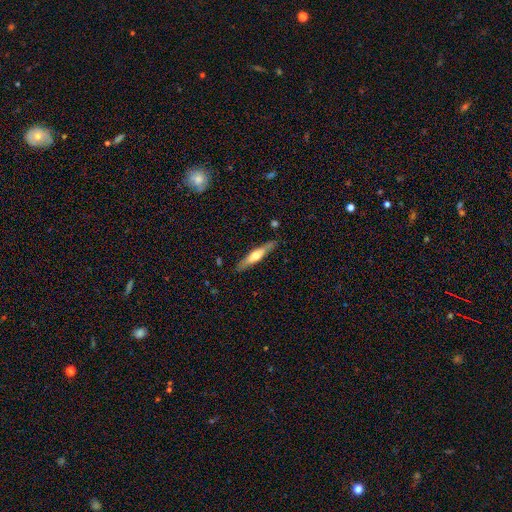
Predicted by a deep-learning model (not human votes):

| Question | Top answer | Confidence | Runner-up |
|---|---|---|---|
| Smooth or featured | featured or disk | 55% | smooth (40%) |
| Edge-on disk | yes | 92% | no (8%) |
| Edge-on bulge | rounded | 88% | none (7%) |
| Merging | none | 86% | minor disturbance (10%) |